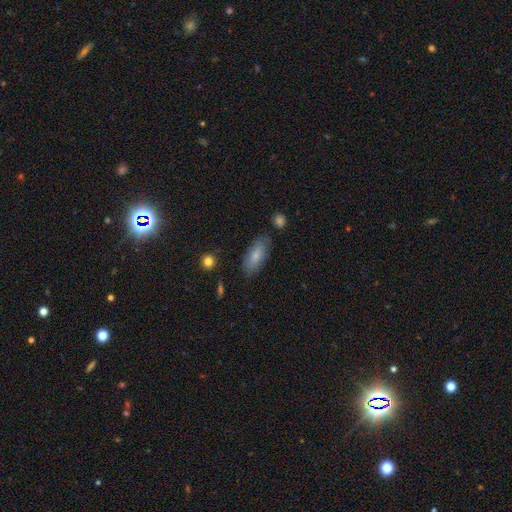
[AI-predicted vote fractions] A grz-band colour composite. It shows a smooth galaxy with no disk features (77%) that is in between round and cigar-shaped (81%). Merging: none (79%).